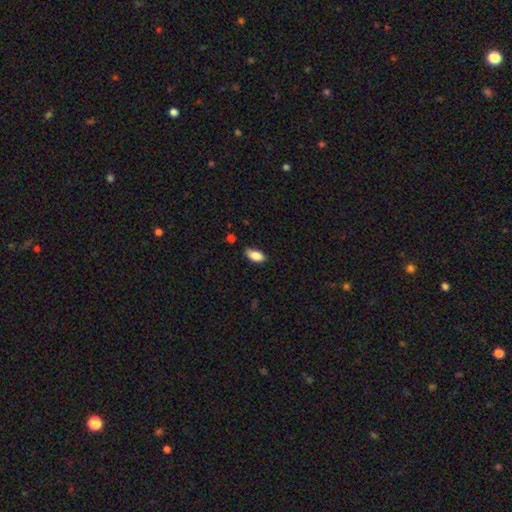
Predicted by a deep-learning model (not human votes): This is clearly a smooth galaxy (86%). How rounded: clearly in between (91%). Merging: likely none (74%).